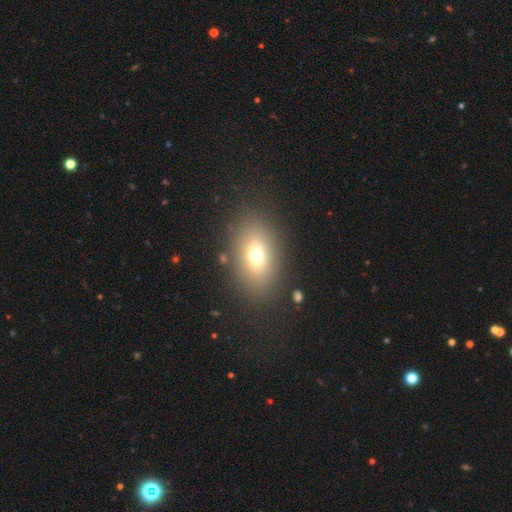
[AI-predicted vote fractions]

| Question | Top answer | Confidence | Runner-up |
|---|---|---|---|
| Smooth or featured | smooth | 71% | featured or disk (17%) |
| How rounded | in between | 85% | round (13%) |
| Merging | none | 84% | minor disturbance (9%) |